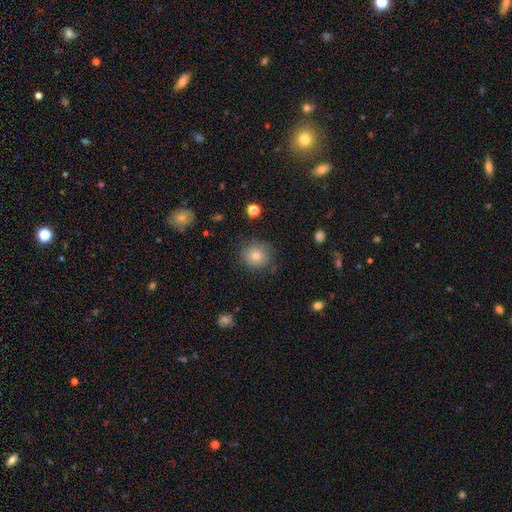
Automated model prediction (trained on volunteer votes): This appears to be a smooth galaxy with no disk features (75%) that is round (89%). Merging: none (84%).